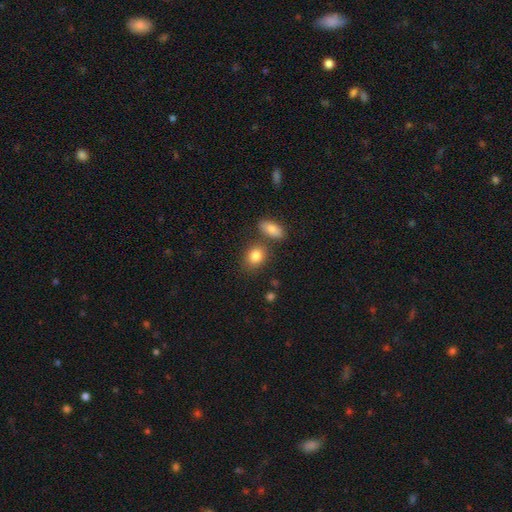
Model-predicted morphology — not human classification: The model was most divided on "how rounded": in between: 57%, round: 41%, cigar-shaped: 2%. More confident: smooth or featured — smooth (84%); merging — none (67%).